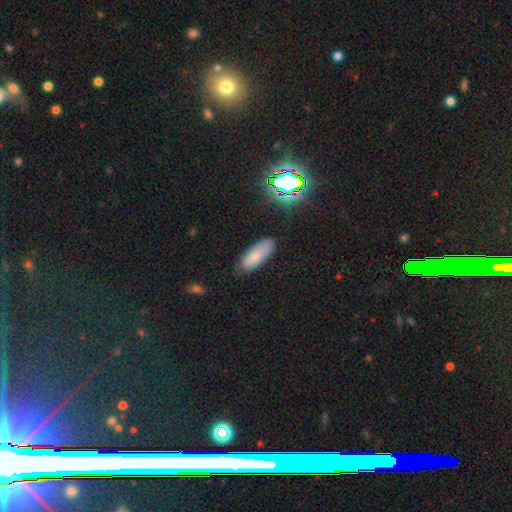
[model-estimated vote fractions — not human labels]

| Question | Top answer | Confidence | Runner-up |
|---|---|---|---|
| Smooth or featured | smooth | 71% | featured or disk (16%) |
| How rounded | in between | 79% | cigar-shaped (18%) |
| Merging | none | 76% | minor disturbance (19%) |